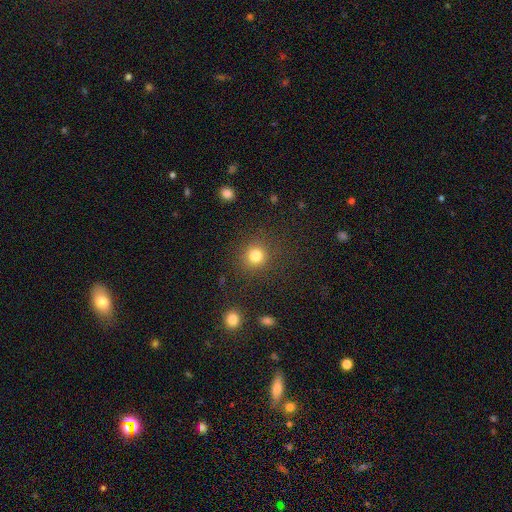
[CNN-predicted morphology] type=smooth (82%); roundness=round (90%); merging=none (86%).